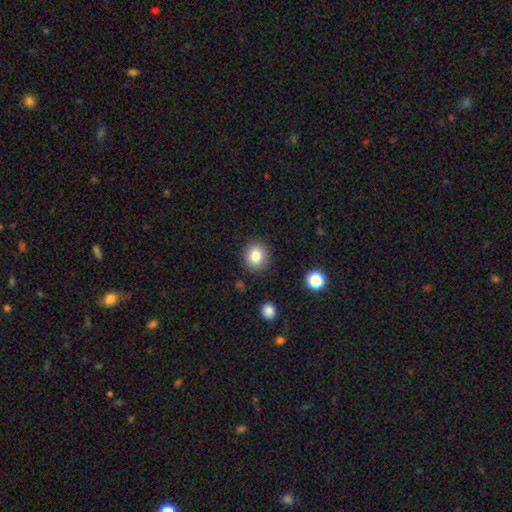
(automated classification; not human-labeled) smooth-or-featured: smooth: 81% | star or artifact: 11% | featured or disk: 9%
  how-rounded: round: 81% | in between: 18% | cigar-shaped: 1%
  merging: none: 88% | minor disturbance: 8% | major disturbance: 3% | merger: 2%